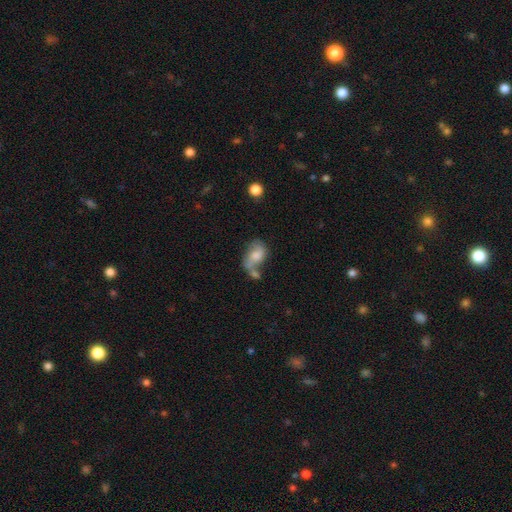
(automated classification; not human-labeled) This is possibly a smooth galaxy (54%). How rounded: clearly in between (83%). Merging: marginally merger (34%).